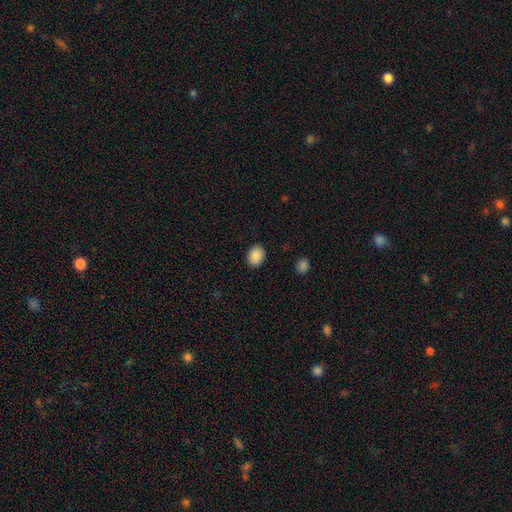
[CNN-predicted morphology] Smooth or featured: smooth — 90% (star or artifact — 7%)
How rounded: in between — 64% (round — 35%)
Merging: none — 89% (minor disturbance — 8%)